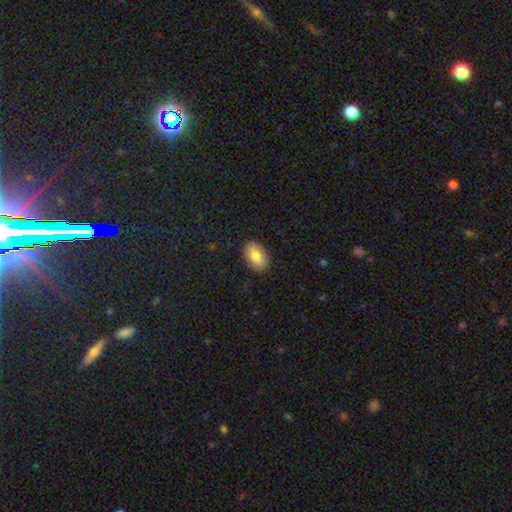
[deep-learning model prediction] smooth 81%, featured or disk 12%, star or artifact 7%. Down the decision tree: how rounded — in between (90%); merging — none (88%).